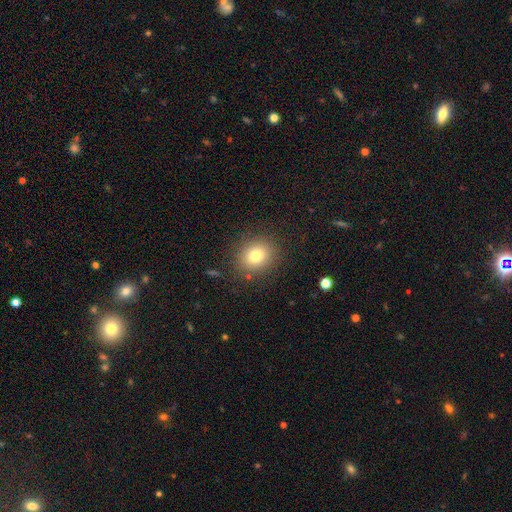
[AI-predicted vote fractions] smooth_or_featured: smooth (p=0.78) [alt: star or artifact p=0.12]
how_rounded: round (p=0.73) [alt: in between p=0.26]
merging: none (p=0.86) [alt: minor disturbance p=0.09]